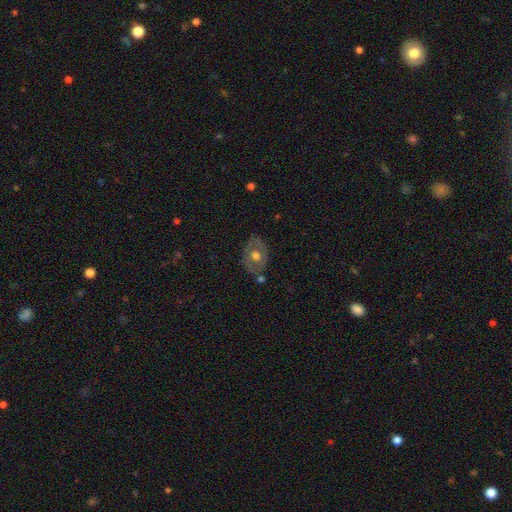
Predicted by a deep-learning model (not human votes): featured or disk 53%, smooth 39%, star or artifact 8%. Down the decision tree: edge-on disk — no (92%); merging — none (74%).